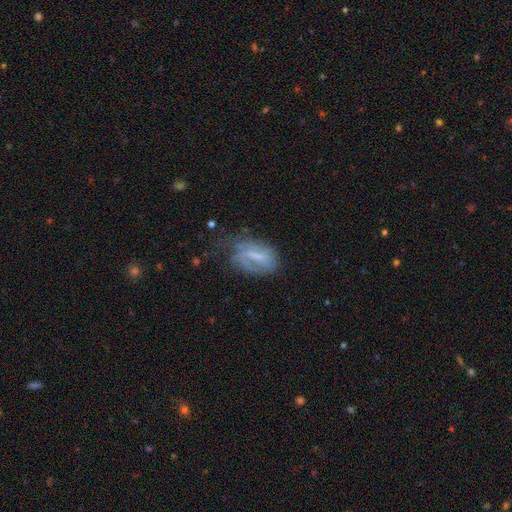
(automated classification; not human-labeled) A featured or disk galaxy (58%) with a weak bar (44%), spiral arms (69%) and a small central bulge (37%). Merging: none (44%).